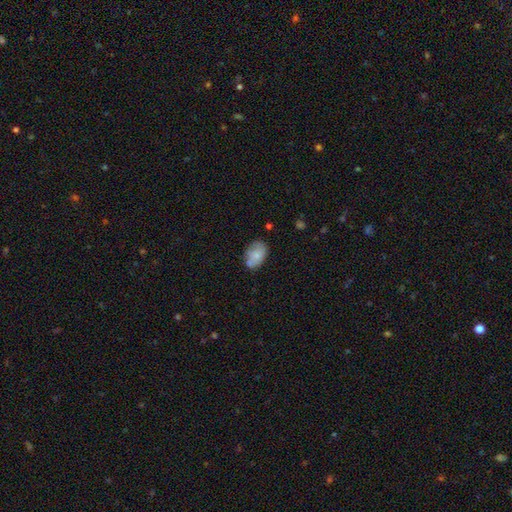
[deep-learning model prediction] smooth-or-featured: smooth: 74% | featured or disk: 19% | star or artifact: 7%
  how-rounded: in between: 86% | round: 13% | cigar-shaped: 1%
  merging: none: 58% | minor disturbance: 27% | merger: 9% | major disturbance: 7%